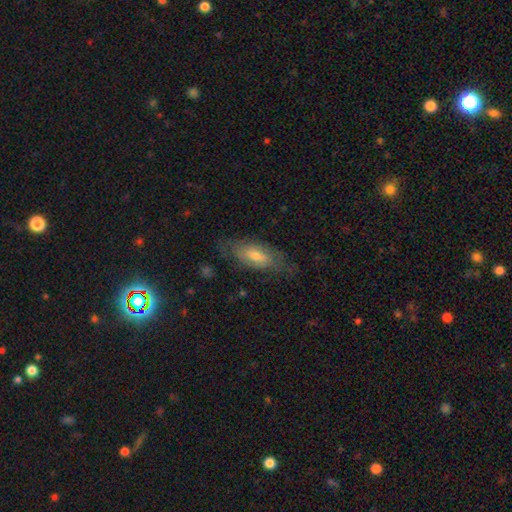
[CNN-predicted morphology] smooth 47%, featured or disk 46%, star or artifact 8%. Down the decision tree: merging — none (68%).